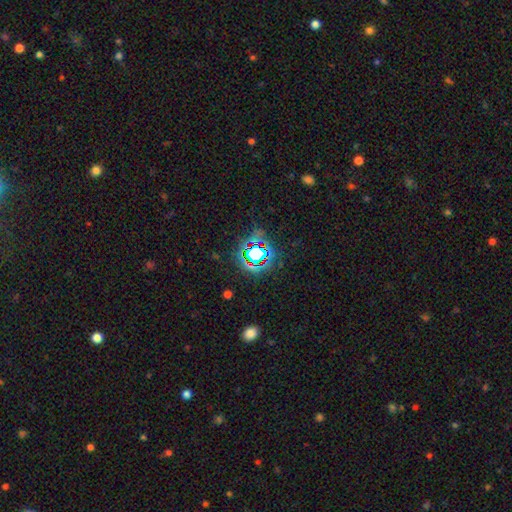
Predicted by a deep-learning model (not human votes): Morphology: type=star or artifact (69%).